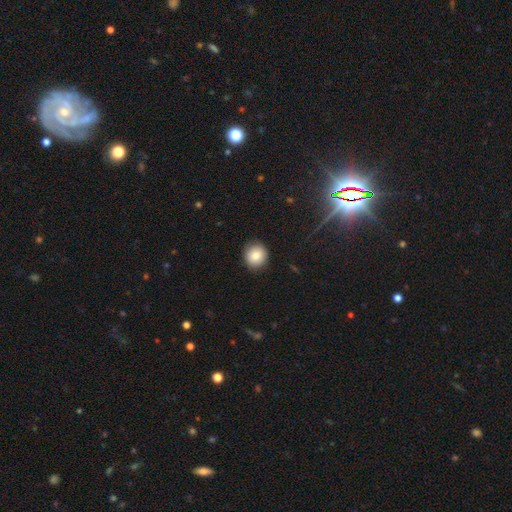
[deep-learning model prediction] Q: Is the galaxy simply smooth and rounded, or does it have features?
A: smooth — 83%.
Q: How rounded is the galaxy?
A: round — 89%.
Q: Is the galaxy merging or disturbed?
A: none — 89%.